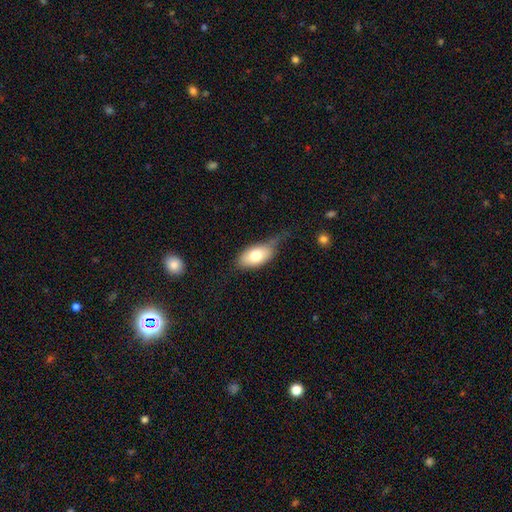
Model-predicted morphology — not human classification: Smooth or featured?
  - smooth: 75% *
  - featured or disk: 19%
  - star or artifact: 7%
How rounded?
  - in between: 91% *
  - round: 5%
  - cigar-shaped: 4%
Merging?
  - none: 45% *
  - minor disturbance: 36%
  - major disturbance: 16%
  - merger: 3%